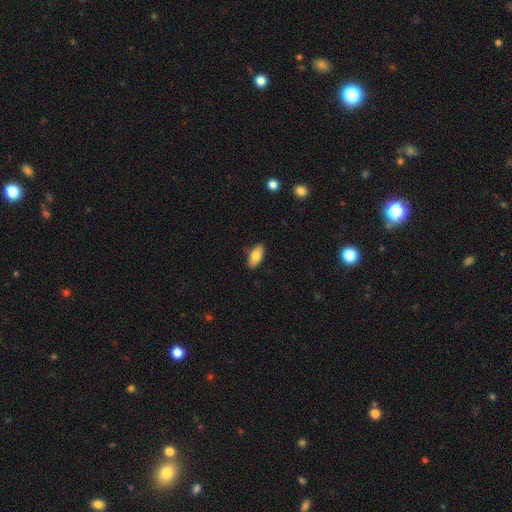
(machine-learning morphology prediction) This is likely a smooth galaxy (78%). How rounded: clearly in between (88%). Merging: clearly none (86%).